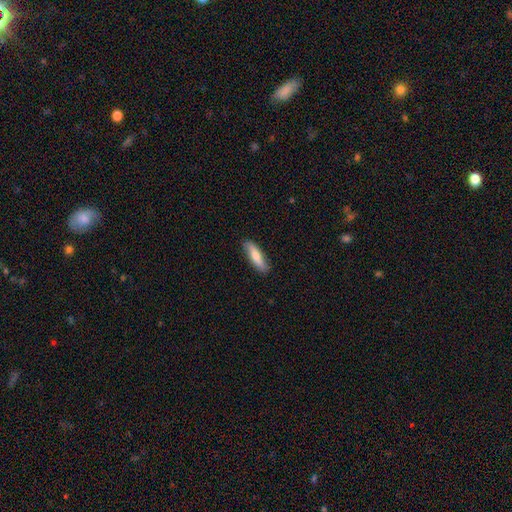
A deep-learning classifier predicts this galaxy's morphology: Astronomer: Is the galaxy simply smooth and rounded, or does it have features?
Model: smooth — 71%.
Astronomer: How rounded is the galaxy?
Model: cigar-shaped — 67%.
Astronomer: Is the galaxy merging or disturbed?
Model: none — 86%.